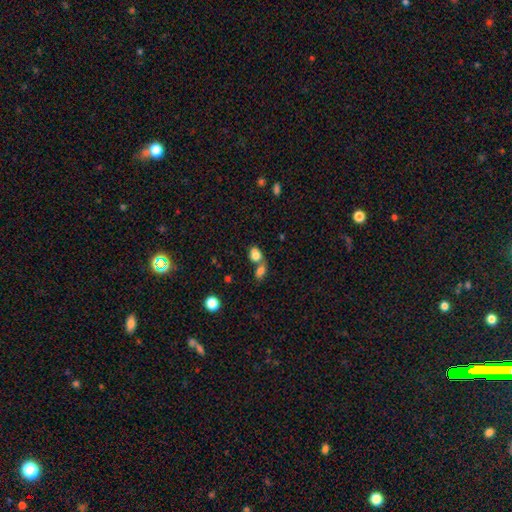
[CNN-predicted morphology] A smooth galaxy with no disk features (81%) that is in between round and cigar-shaped (74%). Merging: merger (54%).